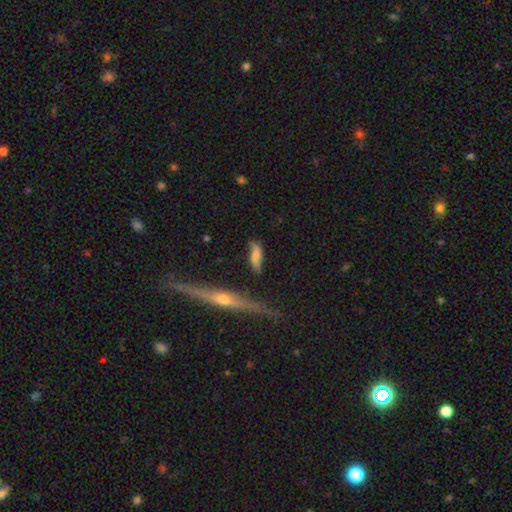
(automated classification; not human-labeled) A smooth galaxy with no disk features (53%) that is in between round and cigar-shaped (59%). Merging: none (55%).